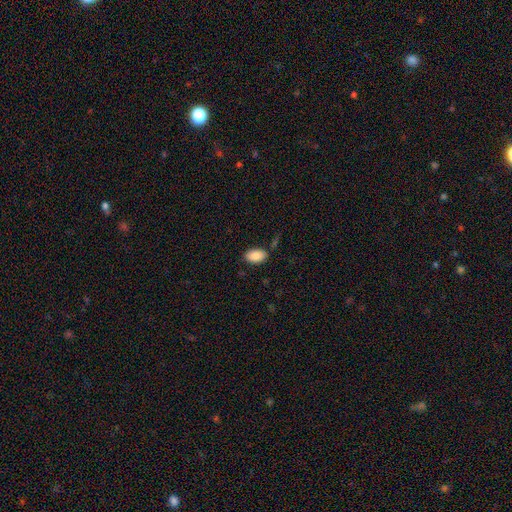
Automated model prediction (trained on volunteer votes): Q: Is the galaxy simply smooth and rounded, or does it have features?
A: smooth — 88%.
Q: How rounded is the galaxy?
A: in between — 93%.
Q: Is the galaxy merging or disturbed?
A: none — 82%.